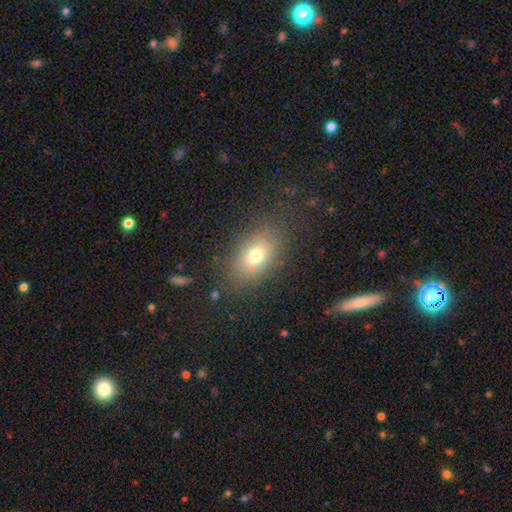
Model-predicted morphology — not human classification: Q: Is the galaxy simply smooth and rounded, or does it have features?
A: smooth — 72%.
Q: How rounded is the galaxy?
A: in between — 82%.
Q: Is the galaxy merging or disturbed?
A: none — 80%.